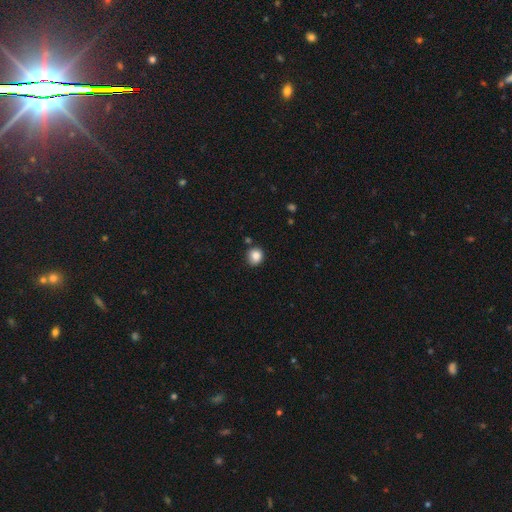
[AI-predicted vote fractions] Smooth or featured? smooth (86%)
How rounded? round (82%)
Merging? none (80%)